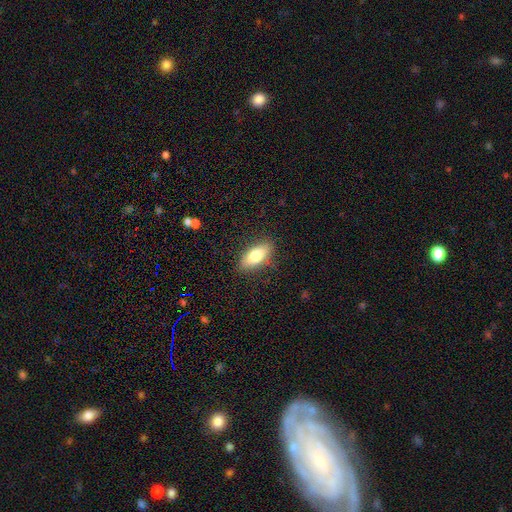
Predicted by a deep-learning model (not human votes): A smooth galaxy with no disk features (75%) that is in between round and cigar-shaped (78%). Merging: none (85%).